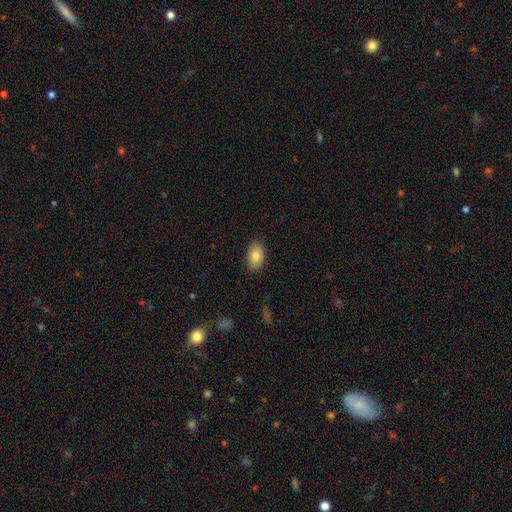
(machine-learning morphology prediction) Q: Smooth or featured?
A: smooth (84%); runner-up: featured or disk (9%)
Q: How rounded?
A: in between (91%); runner-up: round (7%)
Q: Merging?
A: none (88%); runner-up: minor disturbance (9%)